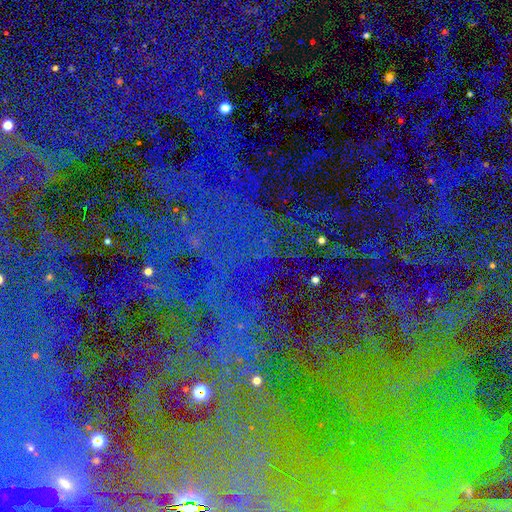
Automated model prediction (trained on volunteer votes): Smooth or featured? star or artifact (85%)